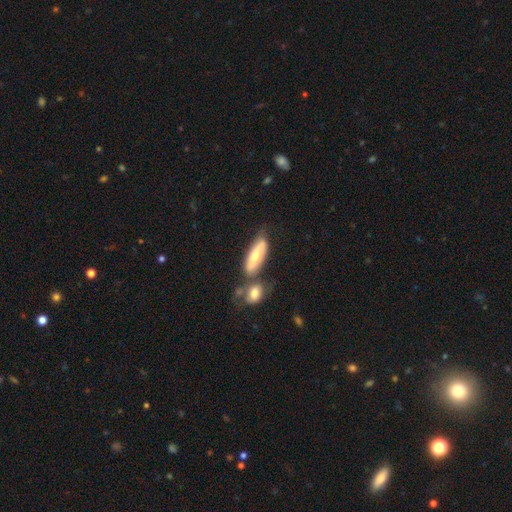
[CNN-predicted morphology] type=smooth (60%); roundness=in between (61%); merging=none (48%).